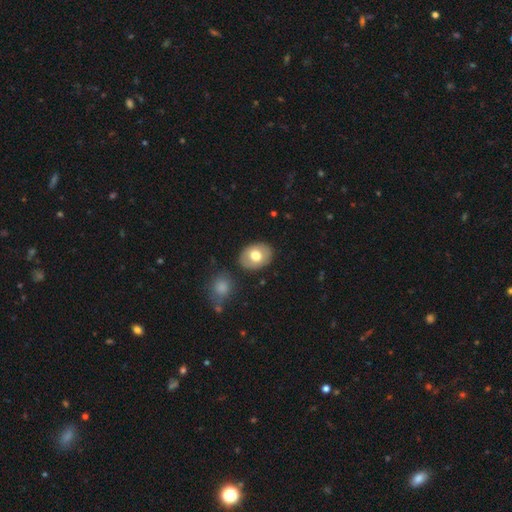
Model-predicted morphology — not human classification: Smooth or featured?
  - smooth: 72% *
  - featured or disk: 21%
  - star or artifact: 7%
How rounded?
  - in between: 68% *
  - round: 31%
  - cigar-shaped: 1%
Merging?
  - none: 84% *
  - minor disturbance: 10%
  - merger: 3%
  - major disturbance: 2%